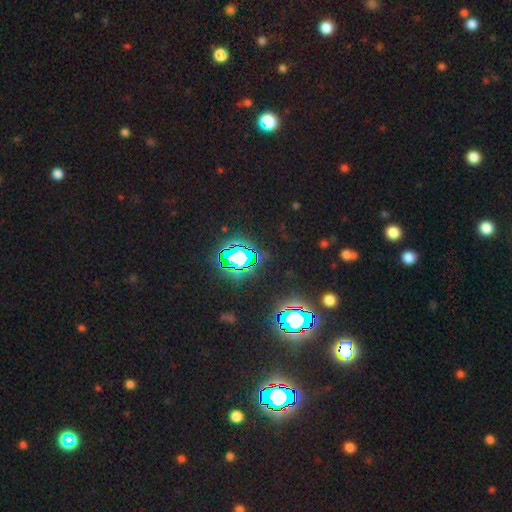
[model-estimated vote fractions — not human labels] star or artifact 82%, smooth 11%, featured or disk 7%.